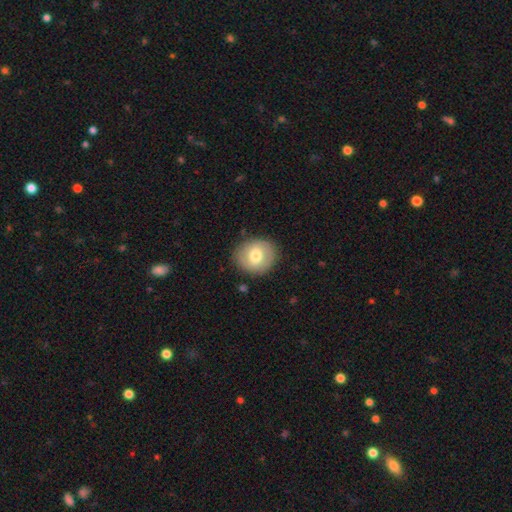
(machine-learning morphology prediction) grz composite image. It shows a smooth galaxy with no disk features (67%) that is round (79%). Merging: none (86%).